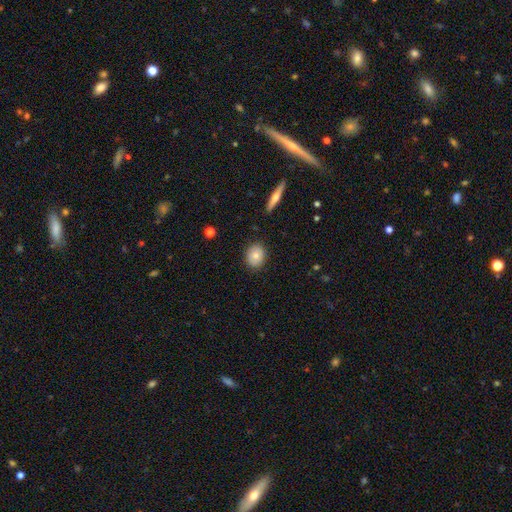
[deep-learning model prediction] Morphology: type=smooth (76%); roundness=round (52%); merging=none (87%).